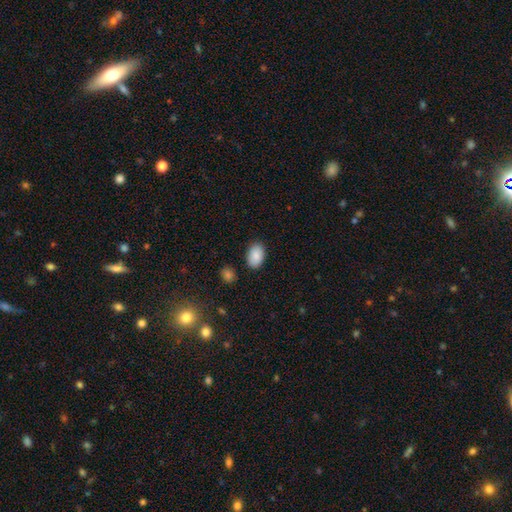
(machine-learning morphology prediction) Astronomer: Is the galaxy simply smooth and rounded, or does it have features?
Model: smooth — 88%.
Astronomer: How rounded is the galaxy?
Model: in between — 91%.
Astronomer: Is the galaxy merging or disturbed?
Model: none — 86%.